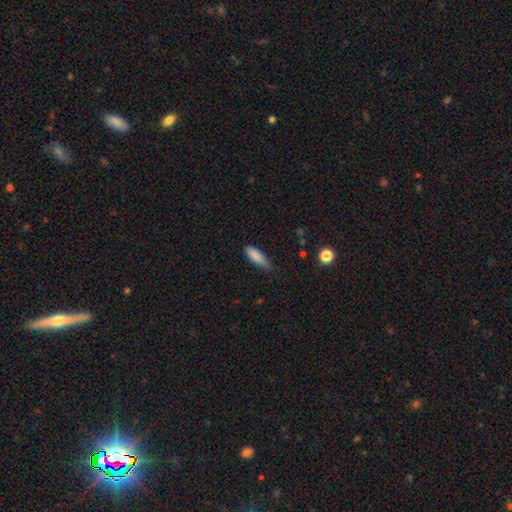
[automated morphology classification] smooth-or-featured: smooth: 85% | featured or disk: 8% | star or artifact: 7%
  how-rounded: in between: 54% | cigar-shaped: 44% | round: 2%
  merging: none: 63% | minor disturbance: 32% | major disturbance: 4% | merger: 2%